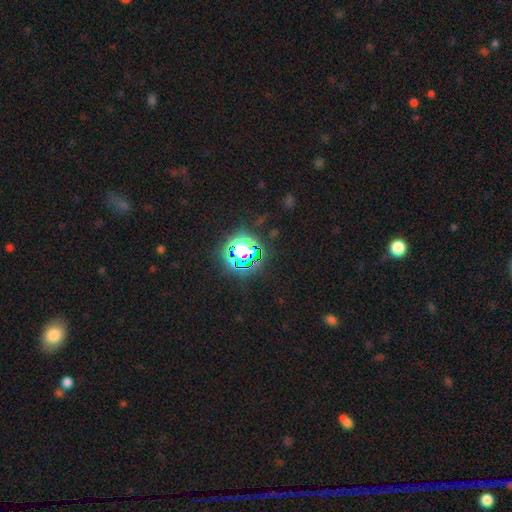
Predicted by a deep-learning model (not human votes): smooth-or-featured: star or artifact: 75% | smooth: 17% | featured or disk: 7%